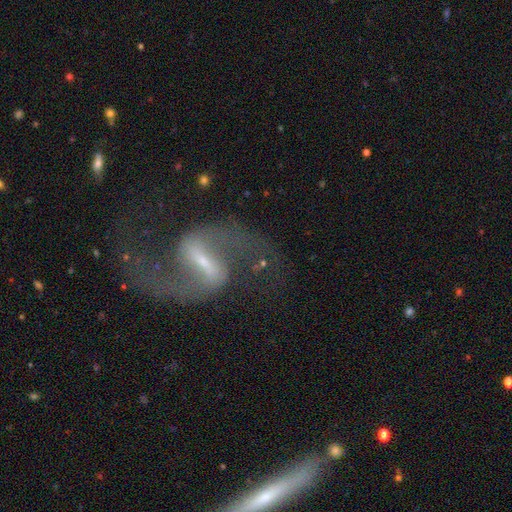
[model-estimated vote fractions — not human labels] Smooth or featured: featured or disk — 91% (star or artifact — 6%)
Edge-on disk: no — 96% (yes — 4%)
Bar: strong — 57% (weak — 36%)
Spiral arms: yes — 97% (no — 3%)
Spiral winding: loose — 52% (medium — 41%)
Spiral arm count: 2 — 94% (can't tell — 2%)
Bulge size: small — 52% (moderate — 22%)
Merging: none — 77% (minor disturbance — 12%)